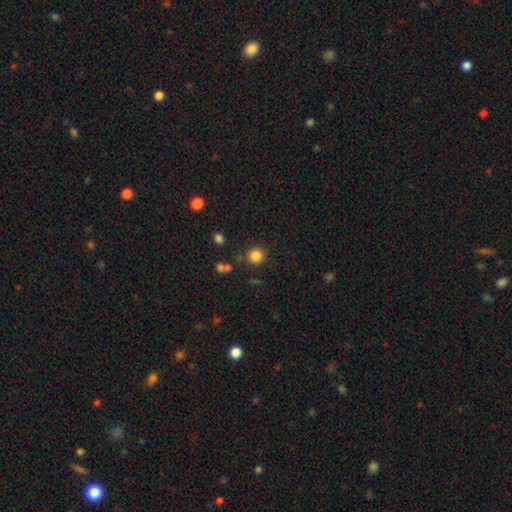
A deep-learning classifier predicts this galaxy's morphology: Smooth or featured? Predicted: smooth (p=0.84). How rounded? Predicted: round (p=0.93). Merging? Predicted: none (p=0.84).